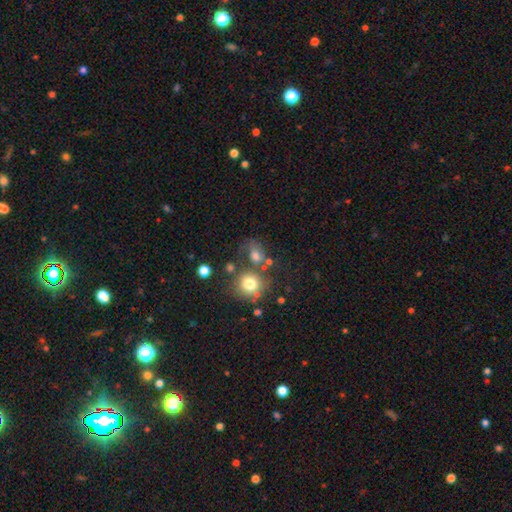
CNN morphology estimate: Overall: smooth (67%). How rounded: round (53%; in between 45%). Merging: none (43%; merger 22%).